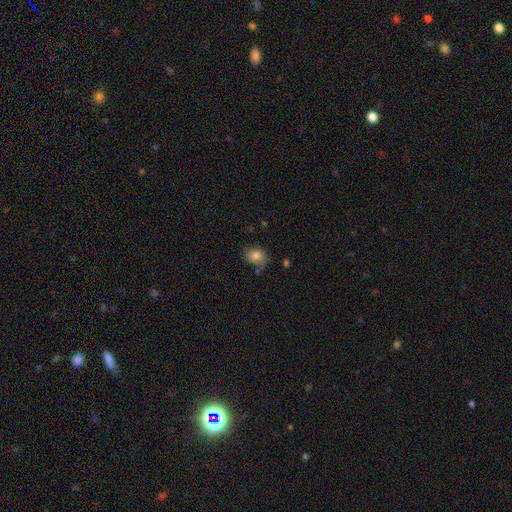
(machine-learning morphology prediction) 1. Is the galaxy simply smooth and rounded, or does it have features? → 82% smooth, 9% star or artifact, 9% featured or disk.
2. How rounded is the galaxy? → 60% in between, 39% round, 1% cigar-shaped.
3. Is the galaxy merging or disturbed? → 65% none, 23% minor disturbance, 6% major disturbance, 5% merger.